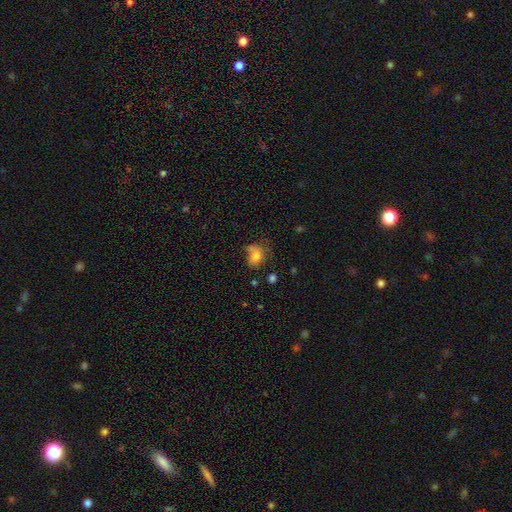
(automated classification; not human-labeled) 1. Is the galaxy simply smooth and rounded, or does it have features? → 74% smooth, 14% featured or disk, 12% star or artifact.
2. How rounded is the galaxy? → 60% in between, 38% round, 1% cigar-shaped.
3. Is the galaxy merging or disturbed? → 41% none, 24% minor disturbance, 18% major disturbance, 16% merger.